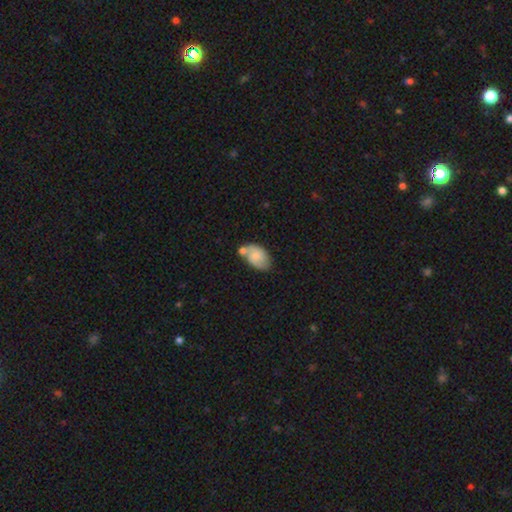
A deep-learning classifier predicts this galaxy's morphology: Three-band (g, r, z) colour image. It shows a smooth galaxy with no disk features (64%) that is in between round and cigar-shaped (90%). Merging: none (45%).